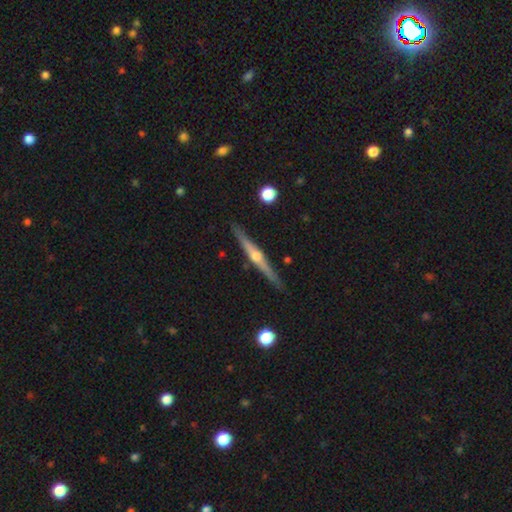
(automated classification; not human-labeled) A featured or disk galaxy (79%) viewed edge-on (98%) with a rounded central bulge (91%).

Vote fractions:
- Smooth or featured? featured or disk: 79% / smooth: 16% / star or artifact: 5%
- Edge-on disk? yes: 98% / no: 2%
- Edge-on bulge? rounded: 91% / none: 5% / boxy: 4%
- Merging? none: 90% / minor disturbance: 7% / merger: 1% / major disturbance: 1%